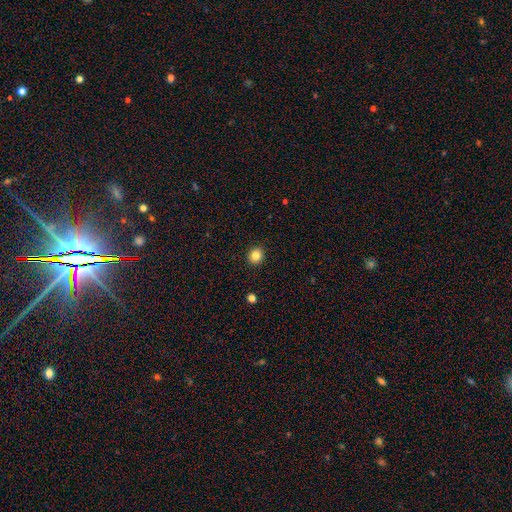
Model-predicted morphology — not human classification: smooth-or-featured: smooth: 84% | star or artifact: 11% | featured or disk: 5%
  how-rounded: round: 89% | in between: 10% | cigar-shaped: 1%
  merging: none: 93% | minor disturbance: 5% | major disturbance: 1% | merger: 1%